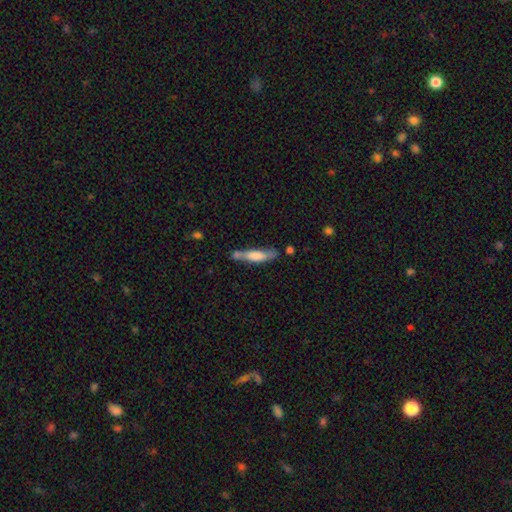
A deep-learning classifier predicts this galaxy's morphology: type=smooth (61%); roundness=cigar-shaped (80%); merging=none (53%).